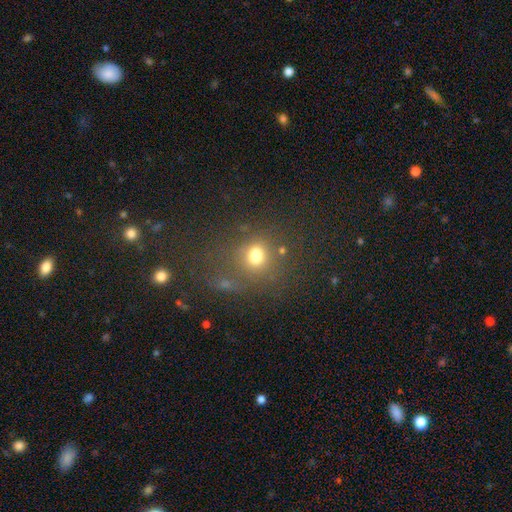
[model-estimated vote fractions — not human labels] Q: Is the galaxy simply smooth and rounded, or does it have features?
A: smooth — 69%.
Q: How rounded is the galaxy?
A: round — 74%.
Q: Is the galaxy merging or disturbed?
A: none — 61%.